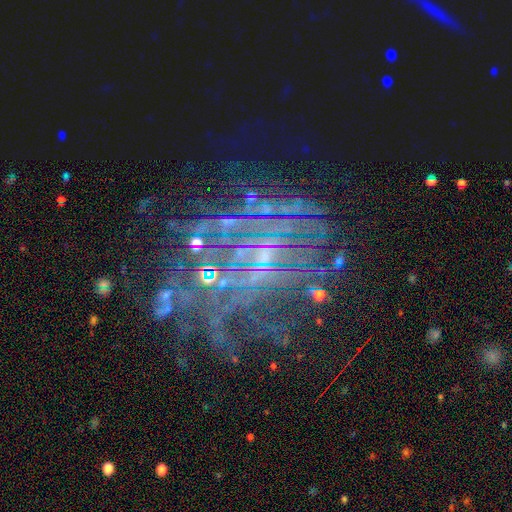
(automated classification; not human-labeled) A featured or disk galaxy (55%) with no bar (72%), spiral arms (52%) and a small central bulge (57%). Merging: none (54%).